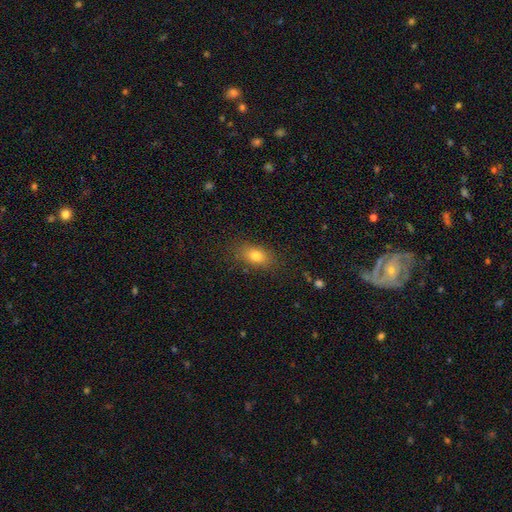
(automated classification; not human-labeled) The model was most divided on "how rounded": in between: 80%, round: 12%, cigar-shaped: 8%. More confident: merging — none (82%); smooth or featured — smooth (79%).